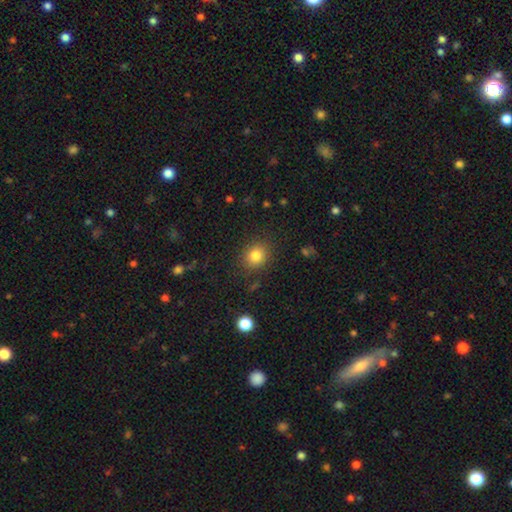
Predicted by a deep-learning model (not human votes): This is clearly a smooth galaxy (82%). How rounded: likely round (74%). Merging: clearly none (86%).